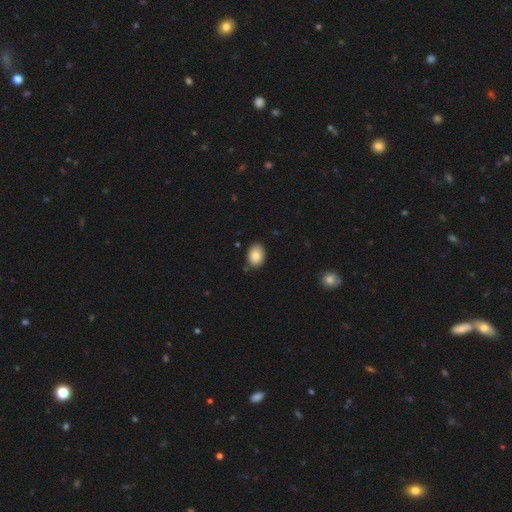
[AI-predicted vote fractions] Smooth or featured: smooth — 86% (star or artifact — 8%)
How rounded: in between — 71% (round — 28%)
Merging: none — 85% (minor disturbance — 11%)